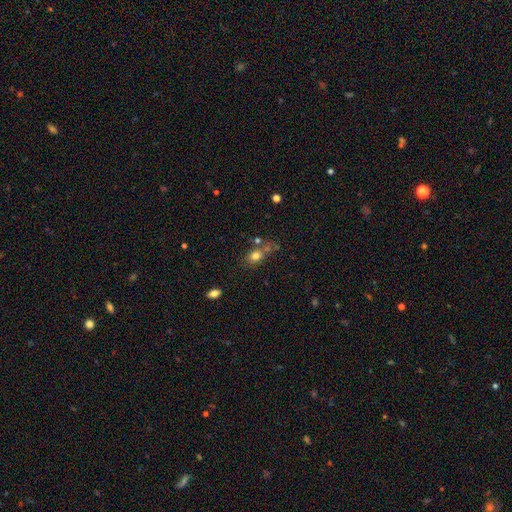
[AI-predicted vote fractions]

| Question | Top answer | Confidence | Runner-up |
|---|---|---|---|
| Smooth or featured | smooth | 74% | star or artifact (13%) |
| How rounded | in between | 53% | round (44%) |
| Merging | none | 51% | merger (24%) |